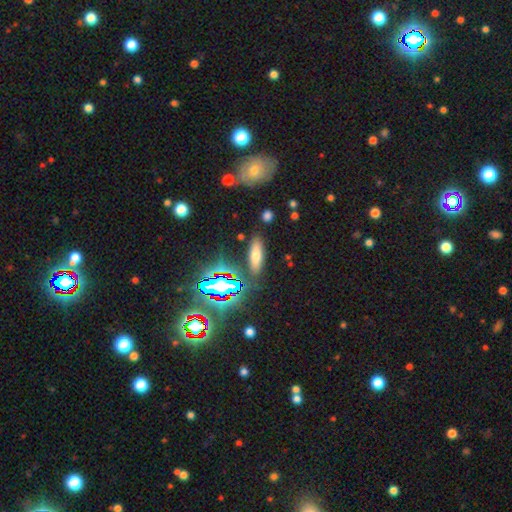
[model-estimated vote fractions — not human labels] This appears to be a smooth galaxy with no disk features (59%) that is in between round and cigar-shaped (50%). Merging: none (84%).